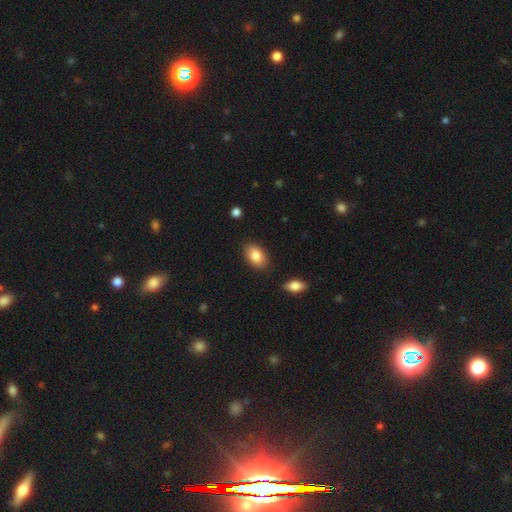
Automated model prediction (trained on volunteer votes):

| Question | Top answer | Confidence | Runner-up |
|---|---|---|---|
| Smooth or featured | smooth | 85% | featured or disk (8%) |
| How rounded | in between | 90% | round (9%) |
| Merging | none | 85% | minor disturbance (10%) |